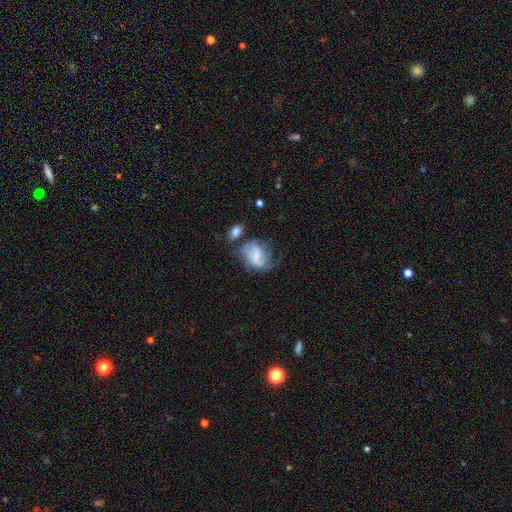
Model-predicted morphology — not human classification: Smooth or featured: featured or disk — 50% (smooth — 41%)
Edge-on disk: no — 97% (yes — 3%)
Merging: none — 37% (minor disturbance — 27%)